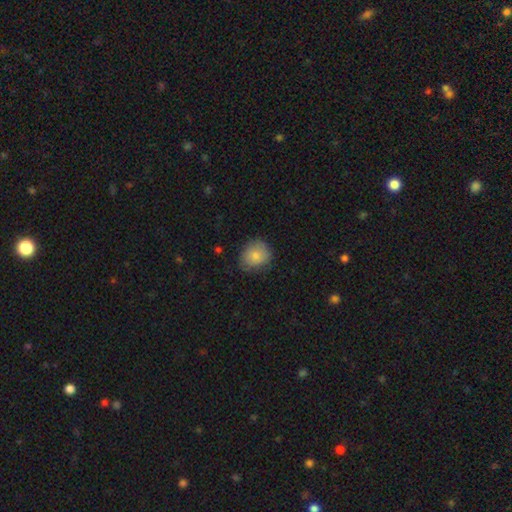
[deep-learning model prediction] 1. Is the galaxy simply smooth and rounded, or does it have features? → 81% smooth, 11% featured or disk, 8% star or artifact.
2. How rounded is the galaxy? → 72% round, 28% in between, 1% cigar-shaped.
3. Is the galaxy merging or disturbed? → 71% none, 23% minor disturbance, 5% major disturbance, 1% merger.